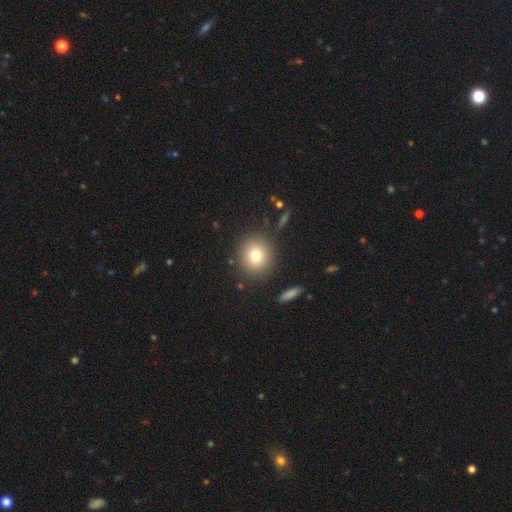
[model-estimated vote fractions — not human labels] smooth-or-featured: smooth: 78% | star or artifact: 12% | featured or disk: 11%
  how-rounded: round: 87% | in between: 12% | cigar-shaped: 1%
  merging: none: 87% | minor disturbance: 8% | major disturbance: 3% | merger: 3%